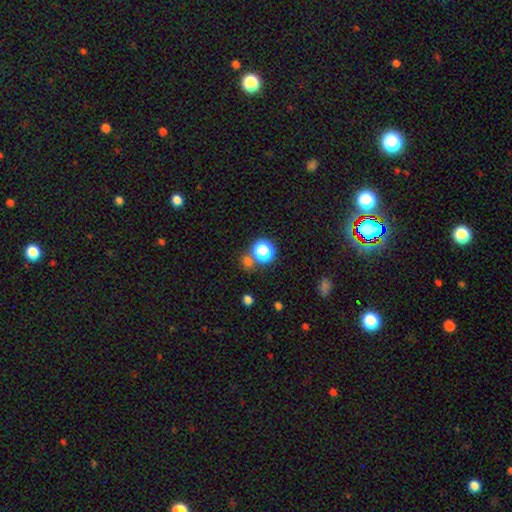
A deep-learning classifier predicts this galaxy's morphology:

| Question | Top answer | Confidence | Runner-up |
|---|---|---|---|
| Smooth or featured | star or artifact | 64% | smooth (27%) |